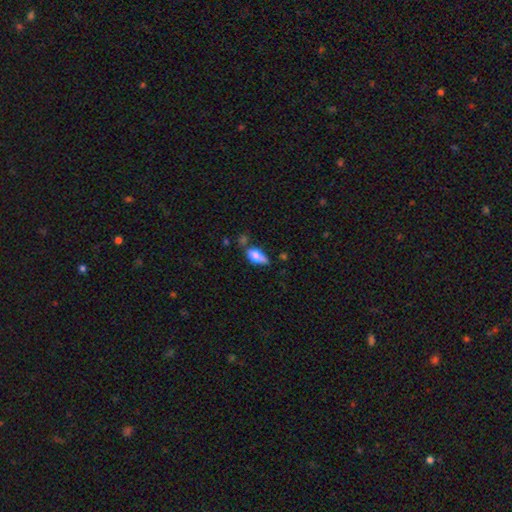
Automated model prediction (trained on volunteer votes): A smooth galaxy with no disk features (70%) that is in between round and cigar-shaped (83%).

Vote fractions:
- Smooth or featured? smooth: 70% / featured or disk: 22% / star or artifact: 8%
- How rounded? in between: 83% / cigar-shaped: 12% / round: 5%
- Merging? none: 45% / minor disturbance: 32% / major disturbance: 12% / merger: 11%